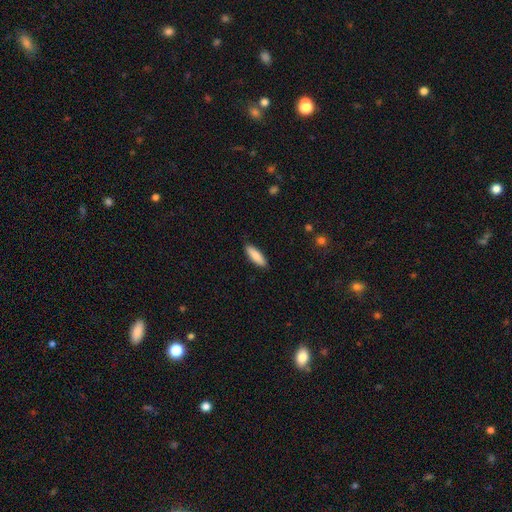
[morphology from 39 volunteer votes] smooth-or-featured: smooth: 87% | featured or disk: 13% | star or artifact: 0%
  how-rounded: in between: 68% | cigar-shaped: 32% | round: 0%
  merging: none: 95% | minor disturbance: 3% | major disturbance: 3% | merger: 0%